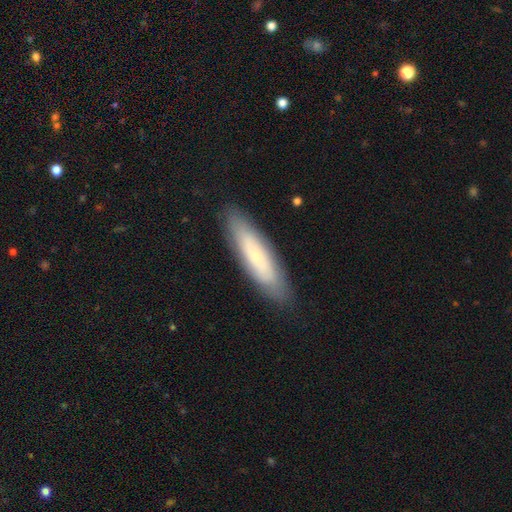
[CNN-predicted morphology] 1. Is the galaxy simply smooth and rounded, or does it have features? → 61% smooth, 33% featured or disk, 7% star or artifact.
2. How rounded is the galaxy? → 69% cigar-shaped, 29% in between, 2% round.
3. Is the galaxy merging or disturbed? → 85% none, 11% minor disturbance, 3% major disturbance, 1% merger.